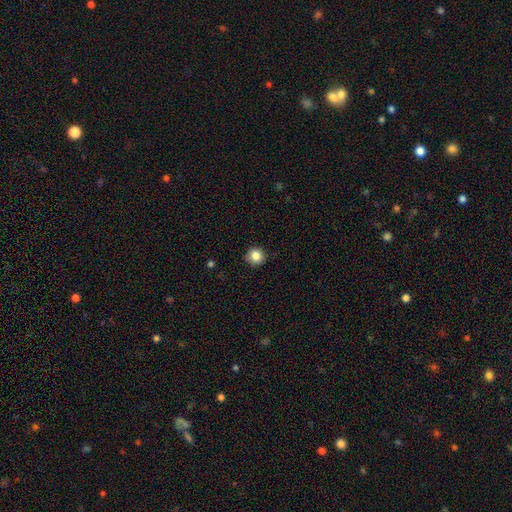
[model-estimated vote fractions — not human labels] Morphology: type=smooth (85%); roundness=round (92%); merging=none (89%).